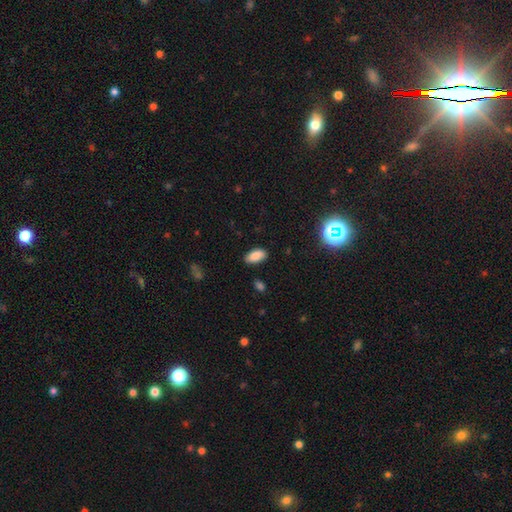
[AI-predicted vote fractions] A smooth galaxy with no disk features (86%) that is in between round and cigar-shaped (94%). Merging: none (85%).